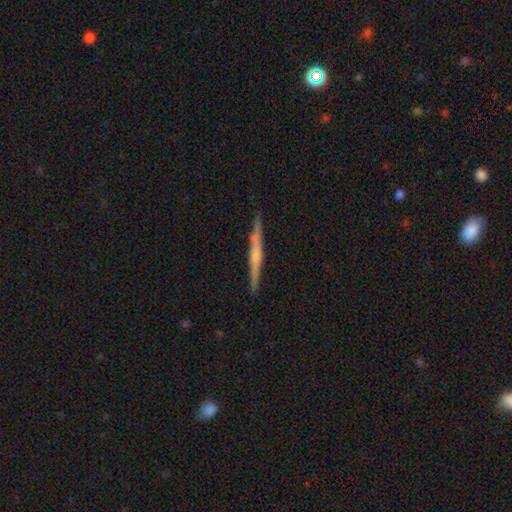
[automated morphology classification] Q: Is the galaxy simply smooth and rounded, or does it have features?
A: featured or disk — 58%.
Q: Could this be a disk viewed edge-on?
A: yes — 97%.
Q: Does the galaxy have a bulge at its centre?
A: rounded — 40%.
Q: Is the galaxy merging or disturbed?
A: none — 87%.